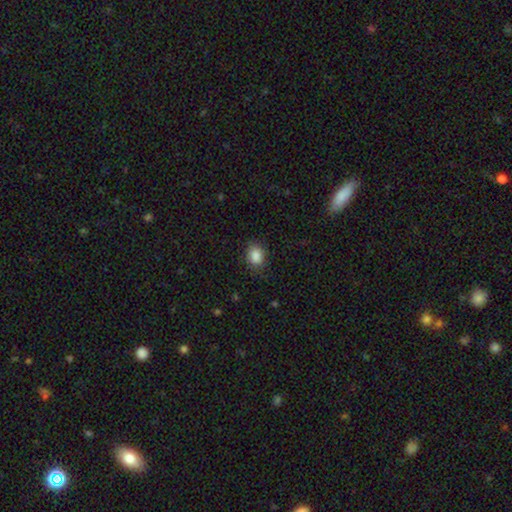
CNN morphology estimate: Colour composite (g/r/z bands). It shows a smooth galaxy with no disk features (87%) that is in between round and cigar-shaped (62%). Merging: none (81%).